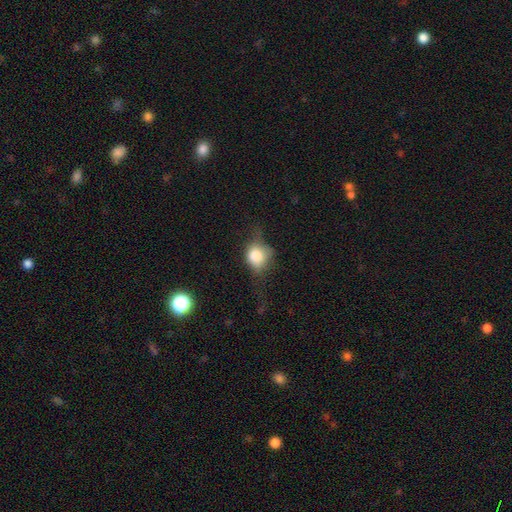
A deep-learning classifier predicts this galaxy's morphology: Smooth or featured? Predicted: smooth (p=0.69). How rounded? Predicted: round (p=0.61). Merging? Predicted: none (p=0.39).